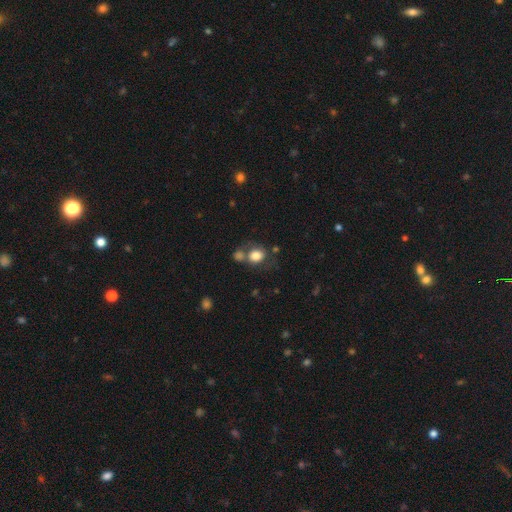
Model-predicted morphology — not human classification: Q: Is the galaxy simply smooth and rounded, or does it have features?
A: smooth — 79%.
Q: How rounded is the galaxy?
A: round — 64%.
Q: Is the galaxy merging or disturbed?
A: none — 50%.